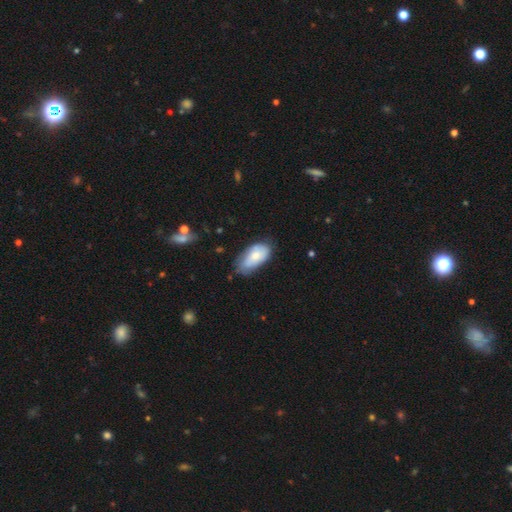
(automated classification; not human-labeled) Morphology: type=smooth (66%); roundness=in between (93%); merging=none (54%).